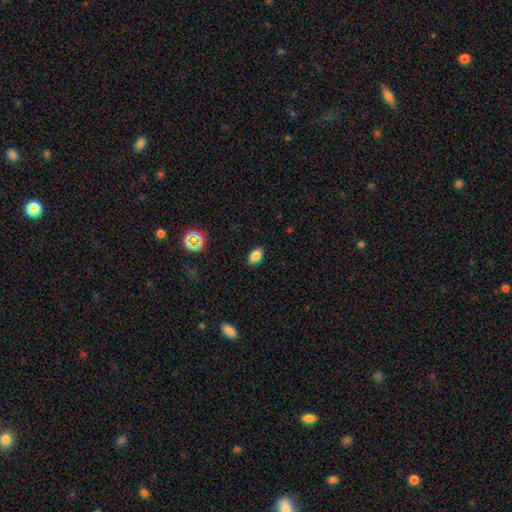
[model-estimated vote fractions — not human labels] Smooth or featured? smooth (82%)
How rounded? in between (90%)
Merging? none (88%)